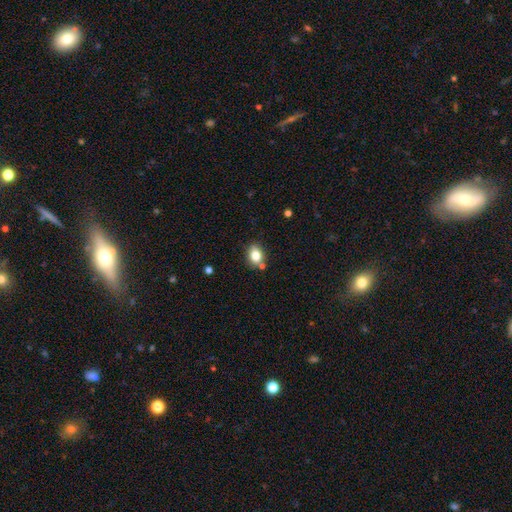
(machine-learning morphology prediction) This appears to be a smooth galaxy with no disk features (80%) that is in between round and cigar-shaped (61%). Merging: none (75%).